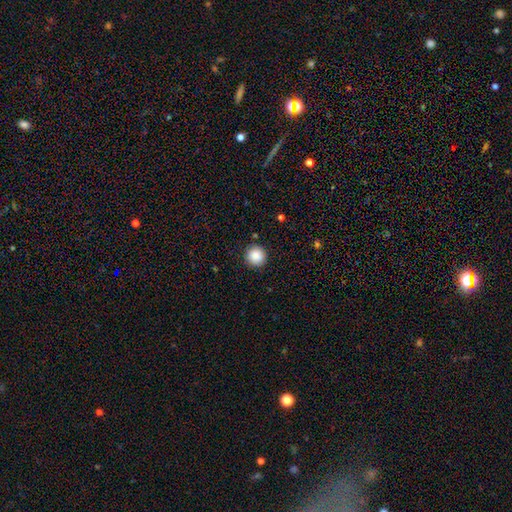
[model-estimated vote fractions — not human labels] Smooth or featured: smooth — 87% (star or artifact — 9%)
How rounded: round — 95% (in between — 4%)
Merging: none — 90% (minor disturbance — 7%)